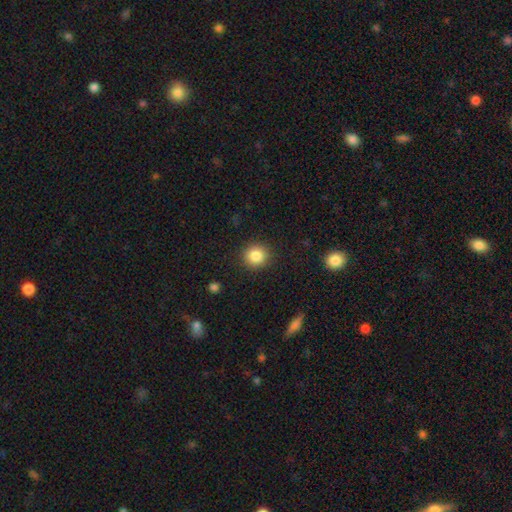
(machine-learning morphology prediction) smooth-or-featured: smooth: 85% | star or artifact: 10% | featured or disk: 5%
  how-rounded: round: 90% | in between: 9% | cigar-shaped: 1%
  merging: none: 90% | minor disturbance: 7% | major disturbance: 2% | merger: 1%